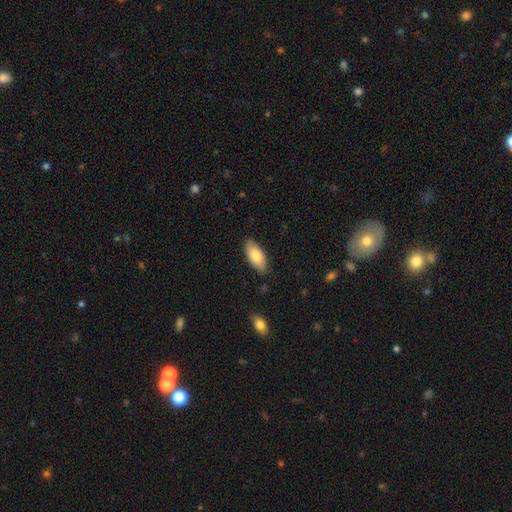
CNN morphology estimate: smooth-or-featured: smooth: 80% | featured or disk: 14% | star or artifact: 6%
  how-rounded: in between: 88% | cigar-shaped: 10% | round: 2%
  merging: none: 85% | minor disturbance: 12% | major disturbance: 2% | merger: 1%